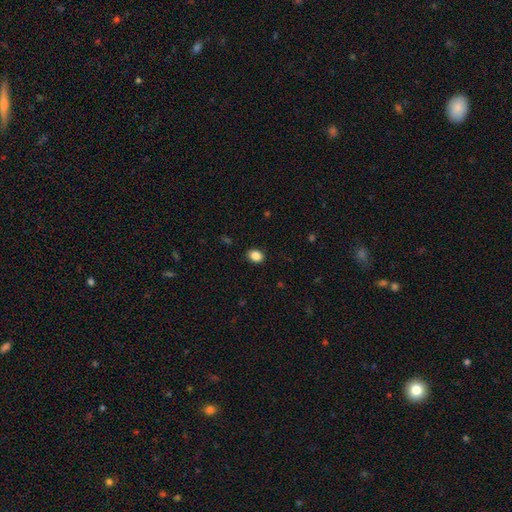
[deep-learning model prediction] A smooth galaxy with no disk features (86%) that is in between round and cigar-shaped (54%). Merging: none (89%).